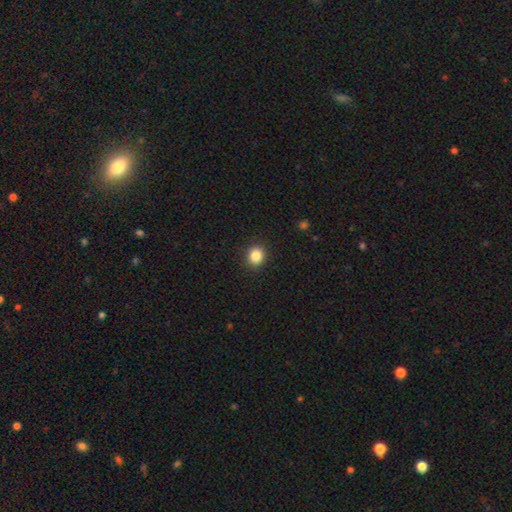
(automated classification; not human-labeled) This appears to be a smooth galaxy with no disk features (86%) that is round (75%). Merging: none (90%).